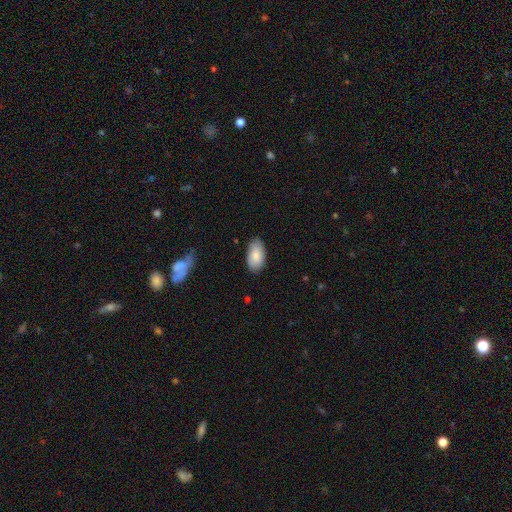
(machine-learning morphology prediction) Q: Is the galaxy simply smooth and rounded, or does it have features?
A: smooth — 86%.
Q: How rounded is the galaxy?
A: in between — 95%.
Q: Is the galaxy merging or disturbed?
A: none — 85%.